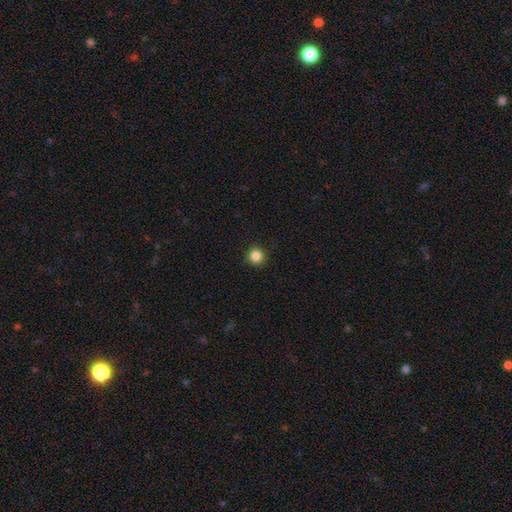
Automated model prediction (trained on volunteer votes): The model was most divided on "smooth or featured": smooth: 85%, star or artifact: 12%, featured or disk: 4%. More confident: how rounded — round (95%); merging — none (92%).